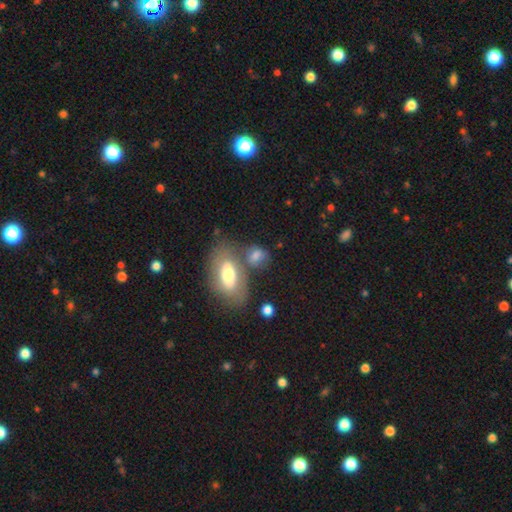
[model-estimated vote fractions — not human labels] A smooth galaxy with no disk features (69%) that is in between round and cigar-shaped (71%). Merging: none (48%).